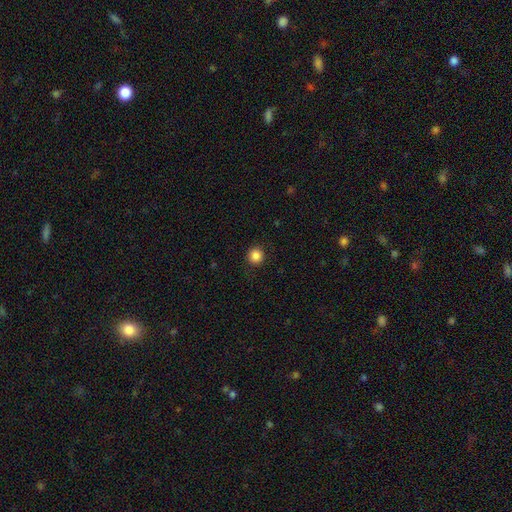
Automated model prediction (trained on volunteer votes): Morphology: type=smooth (86%); roundness=round (94%); merging=none (92%).